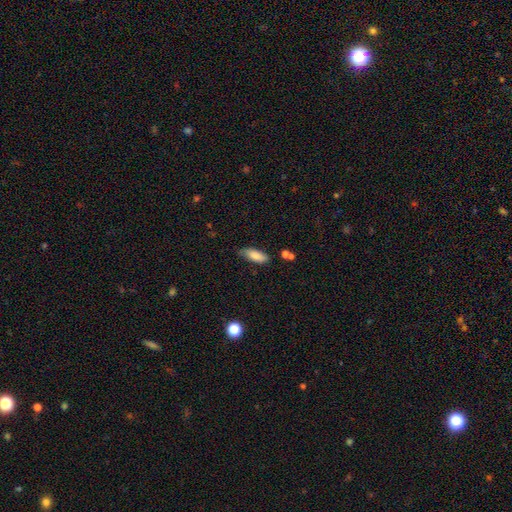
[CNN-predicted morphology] Smooth or featured?
  - smooth: 83% *
  - featured or disk: 10%
  - star or artifact: 7%
How rounded?
  - in between: 71% *
  - cigar-shaped: 28%
  - round: 2%
Merging?
  - none: 69% *
  - minor disturbance: 23%
  - major disturbance: 4%
  - merger: 4%